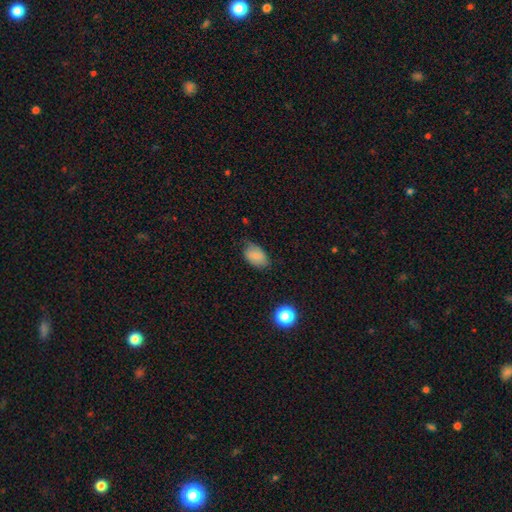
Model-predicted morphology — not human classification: This is likely a smooth galaxy (80%). How rounded: clearly in between (89%). Merging: likely none (67%).